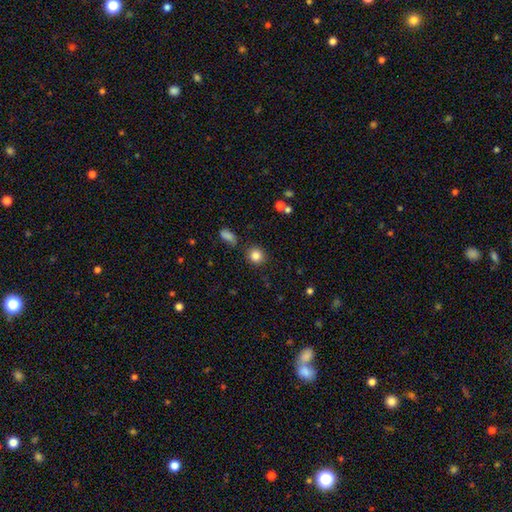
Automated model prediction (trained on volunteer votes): Smooth or featured: smooth — 84% (star or artifact — 10%)
How rounded: round — 87% (in between — 12%)
Merging: none — 85% (minor disturbance — 9%)